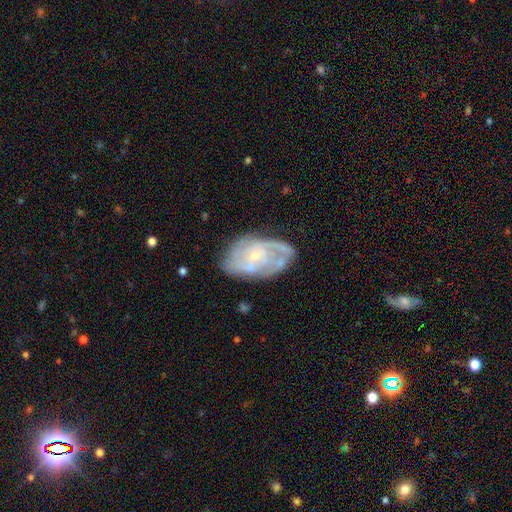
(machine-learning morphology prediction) Smooth or featured: featured or disk — 77% (smooth — 16%)
Edge-on disk: no — 96% (yes — 4%)
Bar: no — 68% (weak — 27%)
Spiral arms: yes — 85% (no — 15%)
Spiral winding: tight — 46% (medium — 39%)
Spiral arm count: can't tell — 40% (2 — 29%)
Bulge size: small — 73% (moderate — 21%)
Merging: none — 63% (minor disturbance — 24%)